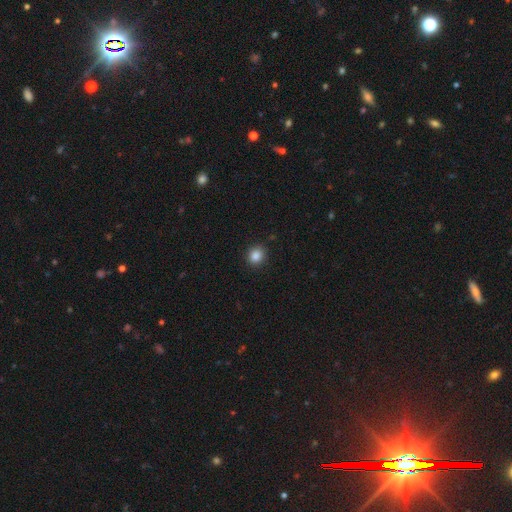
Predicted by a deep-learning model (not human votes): smooth_or_featured: smooth (p=0.86) [alt: star or artifact p=0.11]
how_rounded: round (p=0.79) [alt: in between p=0.20]
merging: none (p=0.90) [alt: minor disturbance p=0.07]